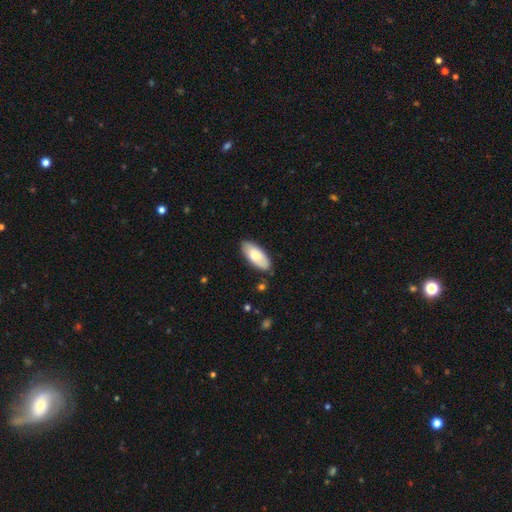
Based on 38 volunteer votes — This is likely a smooth galaxy (74%). How rounded: clearly in between (82%). Merging: clearly none (94%).